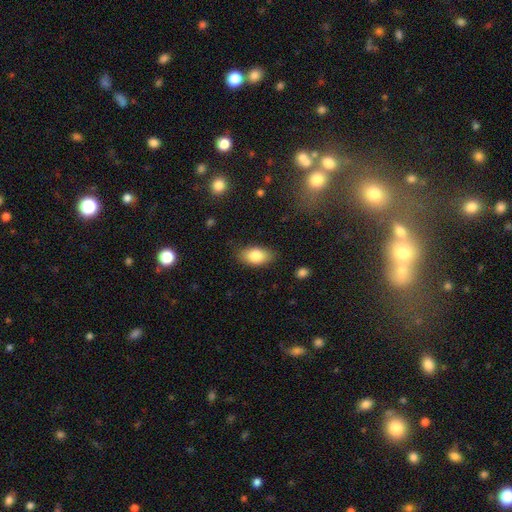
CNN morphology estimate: A smooth galaxy with no disk features (83%) that is in between round and cigar-shaped (93%). Merging: none (83%).